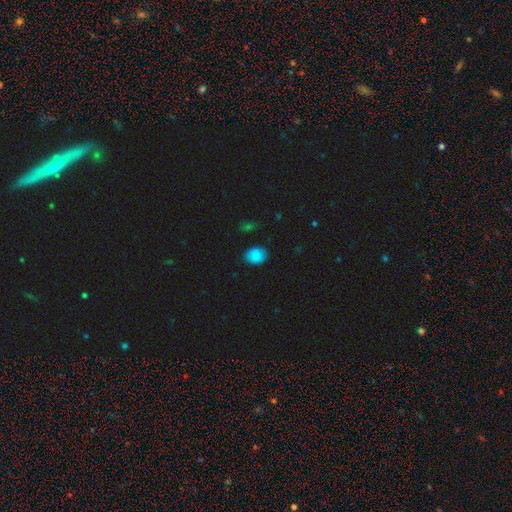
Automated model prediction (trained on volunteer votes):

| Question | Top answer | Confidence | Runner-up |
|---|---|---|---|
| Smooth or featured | smooth | 85% | star or artifact (8%) |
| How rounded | in between | 60% | round (39%) |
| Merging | none | 85% | minor disturbance (12%) |